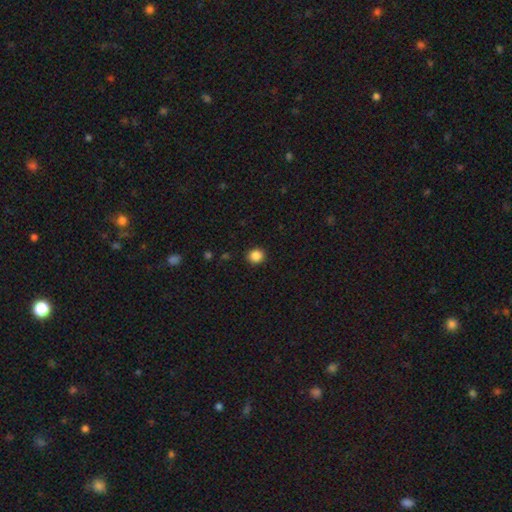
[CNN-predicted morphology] This appears to be a smooth galaxy with no disk features (86%) that is round (87%). Merging: none (92%).